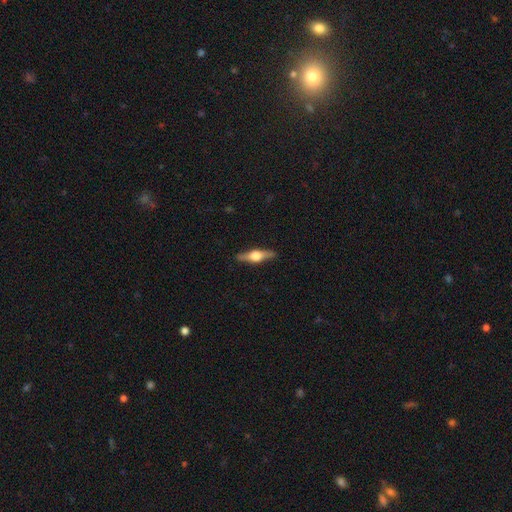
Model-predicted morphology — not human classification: Smooth or featured? featured or disk (69%)
Edge-on disk? yes (97%)
Edge-on bulge? rounded (94%)
Merging? none (90%)